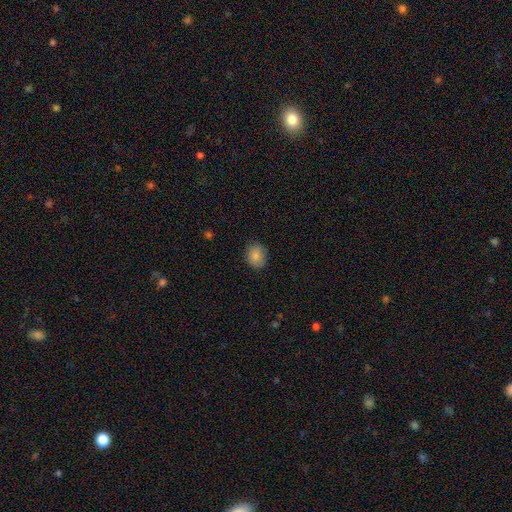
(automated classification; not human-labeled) Overall: smooth (85%). How rounded: round (53%; in between 46%). Merging: none (85%).